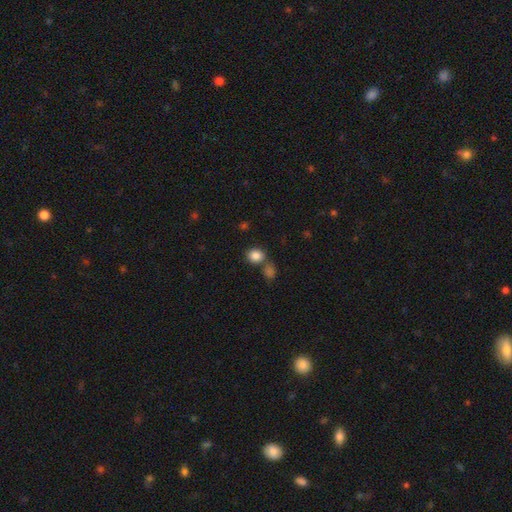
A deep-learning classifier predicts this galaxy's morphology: smooth 85%, star or artifact 10%, featured or disk 5%. Down the decision tree: how rounded — round (69%); merging — none (61%).